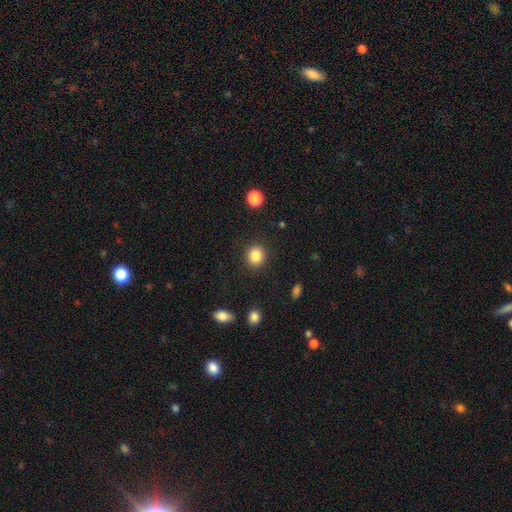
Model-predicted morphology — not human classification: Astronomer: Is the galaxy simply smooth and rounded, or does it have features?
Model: smooth — 85%.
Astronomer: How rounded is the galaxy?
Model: round — 82%.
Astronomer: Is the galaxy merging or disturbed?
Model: none — 90%.